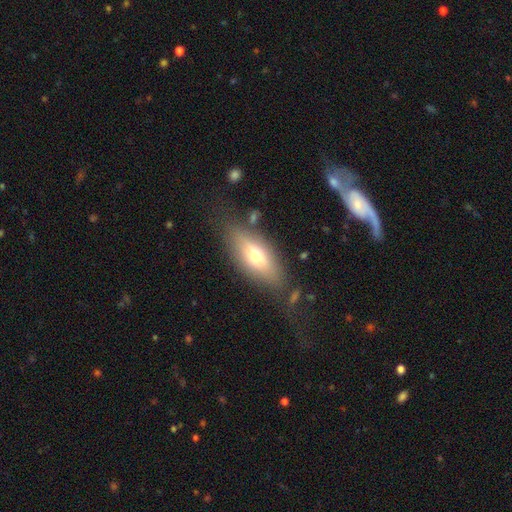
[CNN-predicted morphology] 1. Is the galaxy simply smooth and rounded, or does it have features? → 59% smooth, 32% featured or disk, 8% star or artifact.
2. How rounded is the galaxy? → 73% in between, 24% cigar-shaped, 4% round.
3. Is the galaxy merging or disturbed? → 71% none, 17% minor disturbance, 8% major disturbance, 4% merger.